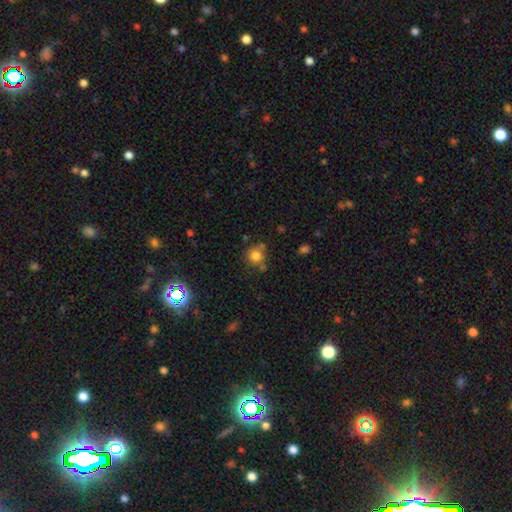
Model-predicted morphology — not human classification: Smooth or featured?
  - smooth: 77% *
  - star or artifact: 14%
  - featured or disk: 9%
How rounded?
  - round: 85% *
  - in between: 14%
  - cigar-shaped: 1%
Merging?
  - none: 63% *
  - minor disturbance: 18%
  - merger: 13%
  - major disturbance: 6%